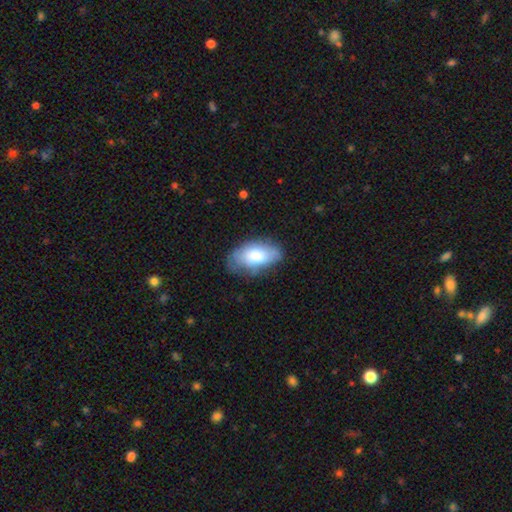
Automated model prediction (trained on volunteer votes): Smooth or featured? smooth (73%)
How rounded? in between (93%)
Merging? none (66%)